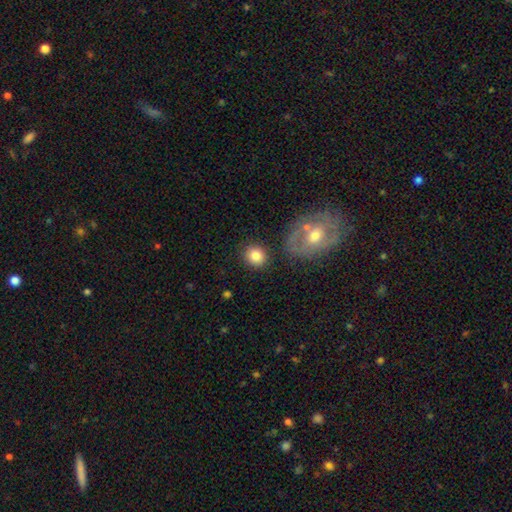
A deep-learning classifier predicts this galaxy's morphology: Smooth or featured: smooth — 82% (featured or disk — 10%)
How rounded: round — 75% (in between — 23%)
Merging: none — 81% (minor disturbance — 9%)